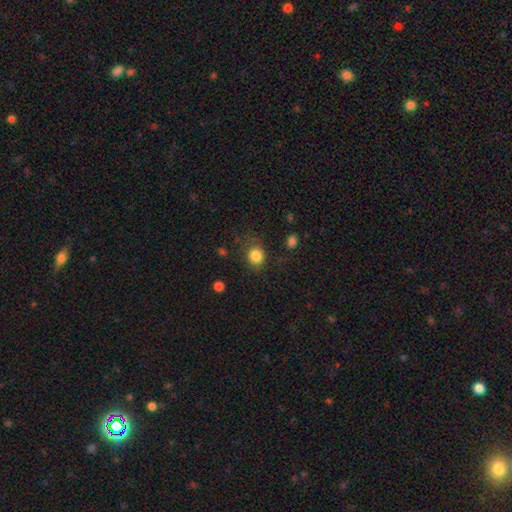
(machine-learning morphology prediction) Smooth or featured? smooth (84%)
How rounded? round (71%)
Merging? none (75%)